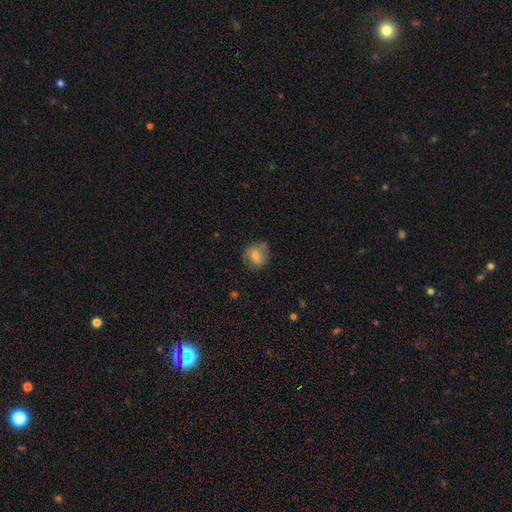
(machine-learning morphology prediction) Smooth or featured: smooth — 55% (featured or disk — 35%)
How rounded: round — 71% (in between — 28%)
Merging: none — 67% (minor disturbance — 23%)